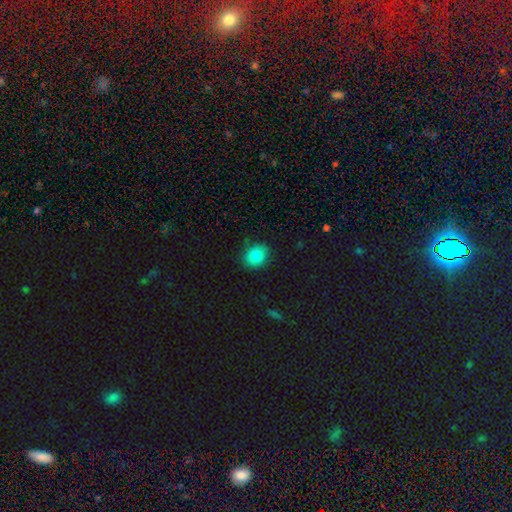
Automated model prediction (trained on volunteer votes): A smooth galaxy with no disk features (83%) that is round (65%). Merging: none (83%).